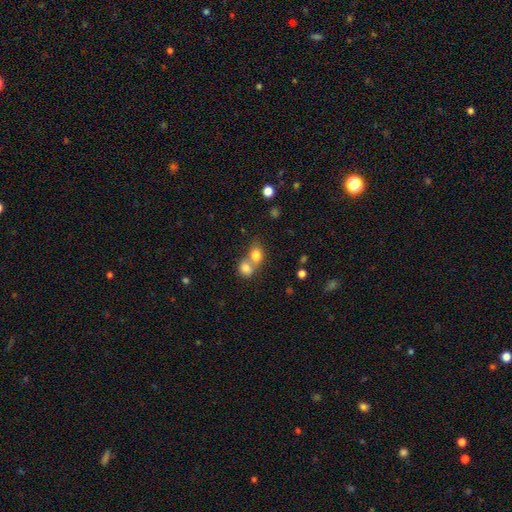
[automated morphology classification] This is likely a smooth galaxy (79%). How rounded: possibly round (52%). Merging: likely merger (65%).